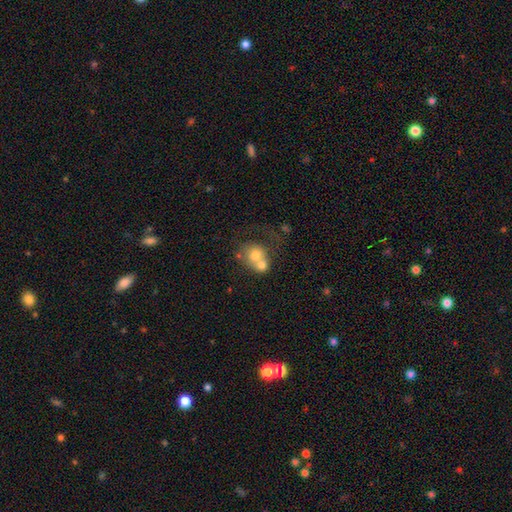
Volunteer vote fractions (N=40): Overall: smooth (65%; featured or disk 30%). How rounded: round (62%; in between 38%). Merging: merger (71%).